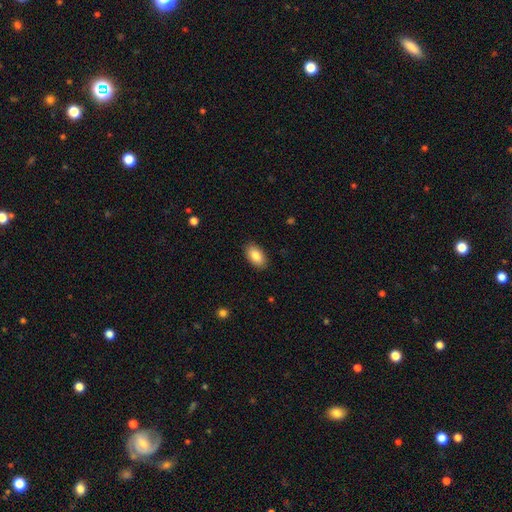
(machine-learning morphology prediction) type=smooth (85%); roundness=in between (94%); merging=none (89%).